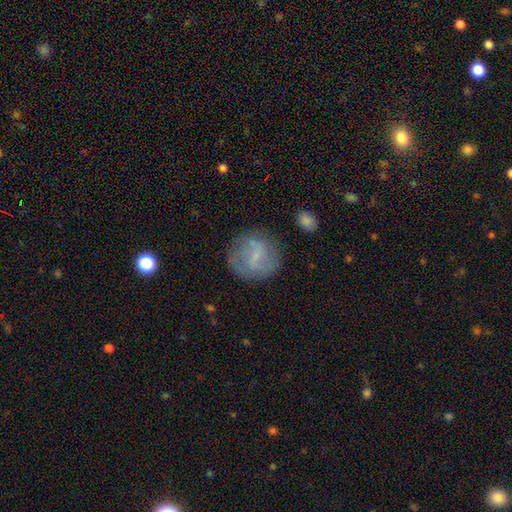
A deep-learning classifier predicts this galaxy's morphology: Q: Smooth or featured?
A: featured or disk (52%); runner-up: smooth (40%)
Q: Edge-on disk?
A: no (96%); runner-up: yes (4%)
Q: Merging?
A: none (74%); runner-up: minor disturbance (16%)